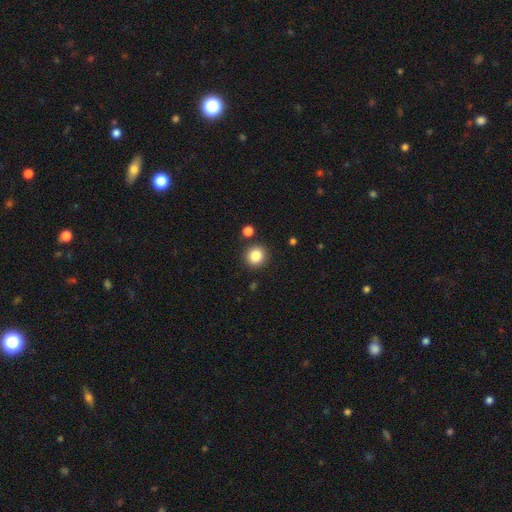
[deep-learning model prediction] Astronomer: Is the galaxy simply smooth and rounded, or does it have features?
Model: smooth — 85%.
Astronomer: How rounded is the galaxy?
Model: round — 90%.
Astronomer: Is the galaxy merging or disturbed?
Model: none — 87%.